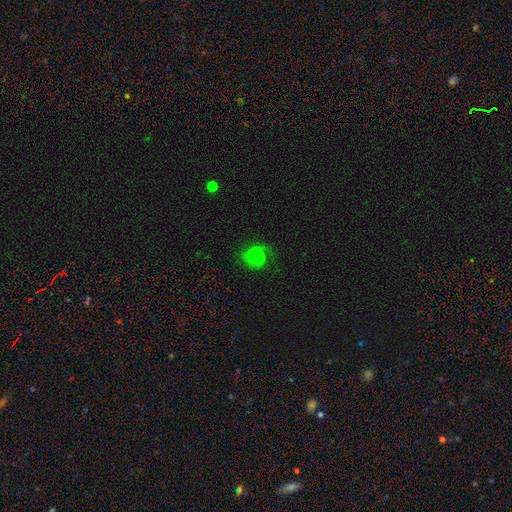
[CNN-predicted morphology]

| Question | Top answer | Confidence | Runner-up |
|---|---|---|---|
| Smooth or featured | smooth | 48% | featured or disk (39%) |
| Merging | none | 67% | minor disturbance (19%) |